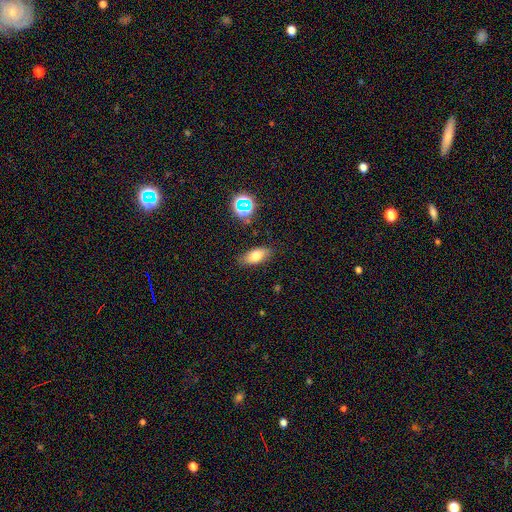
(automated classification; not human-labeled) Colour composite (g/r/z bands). It shows a smooth galaxy with no disk features (74%) that is in between round and cigar-shaped (84%). Merging: none (83%).